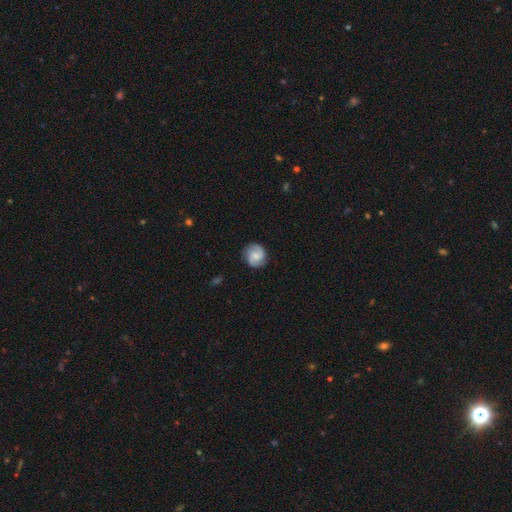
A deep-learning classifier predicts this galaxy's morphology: Q: Smooth or featured?
A: featured or disk (69%); runner-up: smooth (24%)
Q: Edge-on disk?
A: no (98%); runner-up: yes (2%)
Q: Bar?
A: no (53%); runner-up: weak (40%)
Q: Spiral arms?
A: yes (96%); runner-up: no (4%)
Q: Spiral winding?
A: medium (46%); runner-up: tight (40%)
Q: Spiral arm count?
A: 2 (89%); runner-up: can't tell (4%)
Q: Bulge size?
A: small (45%); runner-up: moderate (34%)
Q: Merging?
A: none (86%); runner-up: minor disturbance (10%)